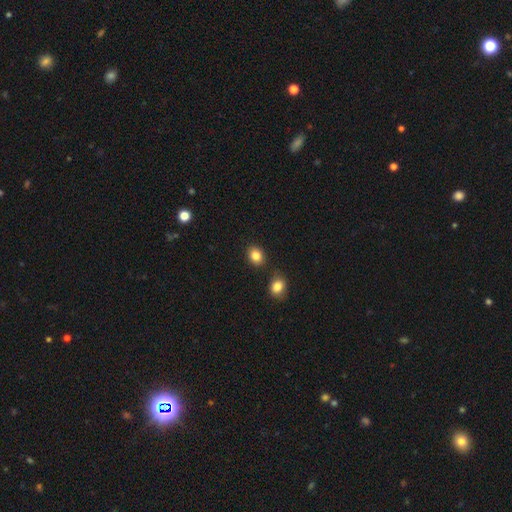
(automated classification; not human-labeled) Smooth or featured? smooth (85%)
How rounded? round (54%)
Merging? none (80%)